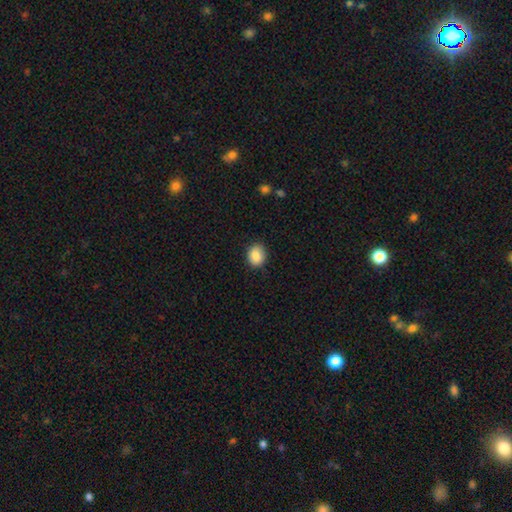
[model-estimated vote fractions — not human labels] smooth_or_featured: smooth (p=0.87) [alt: star or artifact p=0.08]
how_rounded: round (p=0.55) [alt: in between p=0.44]
merging: none (p=0.87) [alt: minor disturbance p=0.10]